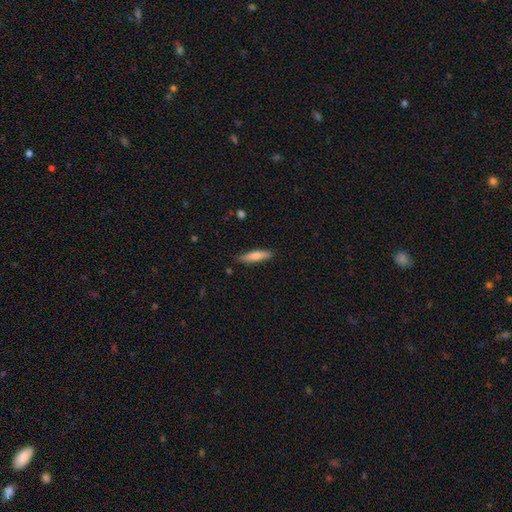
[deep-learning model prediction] smooth-or-featured: smooth: 74% | featured or disk: 20% | star or artifact: 6%
  how-rounded: cigar-shaped: 80% | in between: 18% | round: 2%
  merging: none: 87% | minor disturbance: 10% | major disturbance: 2% | merger: 1%